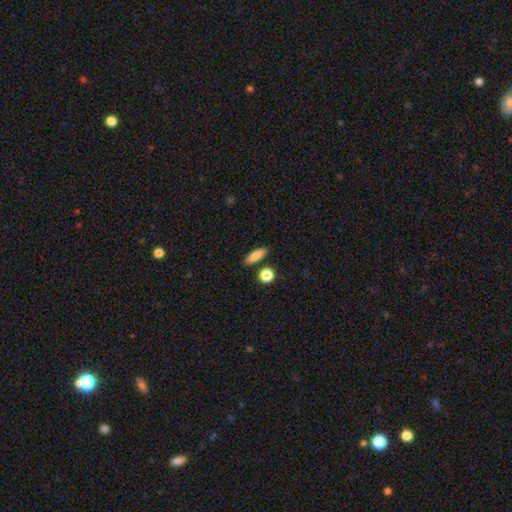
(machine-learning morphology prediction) Smooth or featured?
  - smooth: 84% *
  - featured or disk: 8%
  - star or artifact: 8%
How rounded?
  - in between: 56% *
  - cigar-shaped: 38%
  - round: 6%
Merging?
  - none: 84% *
  - minor disturbance: 9%
  - merger: 5%
  - major disturbance: 2%